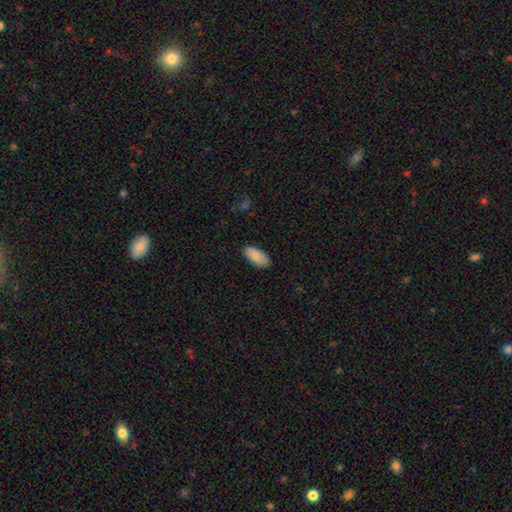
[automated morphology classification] Smooth or featured? smooth (88%)
How rounded? in between (92%)
Merging? none (83%)